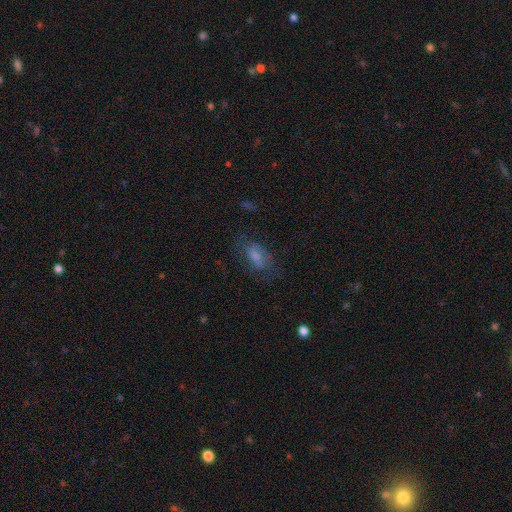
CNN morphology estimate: This appears to be a smooth galaxy with no disk features (47%). Merging: none (67%).